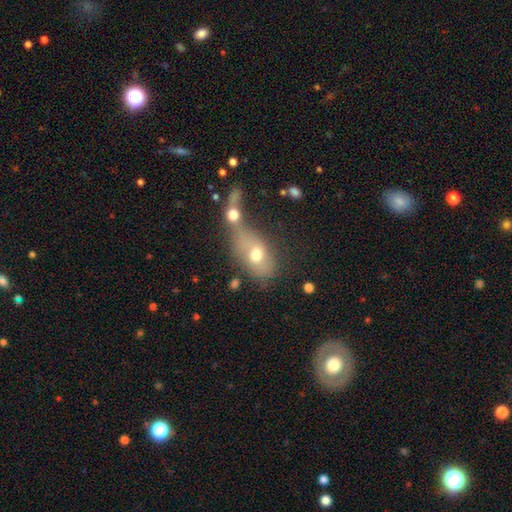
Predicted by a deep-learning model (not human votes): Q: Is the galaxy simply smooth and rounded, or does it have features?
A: smooth — 62%.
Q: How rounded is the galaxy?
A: in between — 77%.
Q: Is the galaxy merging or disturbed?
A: merger — 61%.